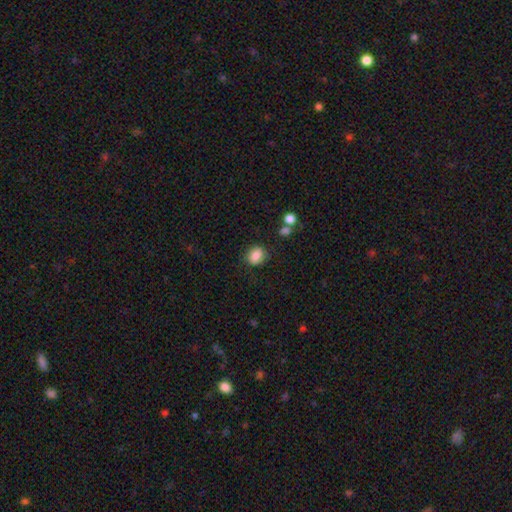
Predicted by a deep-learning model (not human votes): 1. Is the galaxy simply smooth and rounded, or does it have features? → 84% smooth, 9% star or artifact, 7% featured or disk.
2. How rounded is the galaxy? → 51% round, 47% in between, 1% cigar-shaped.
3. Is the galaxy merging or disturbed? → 79% none, 14% minor disturbance, 4% major disturbance, 3% merger.